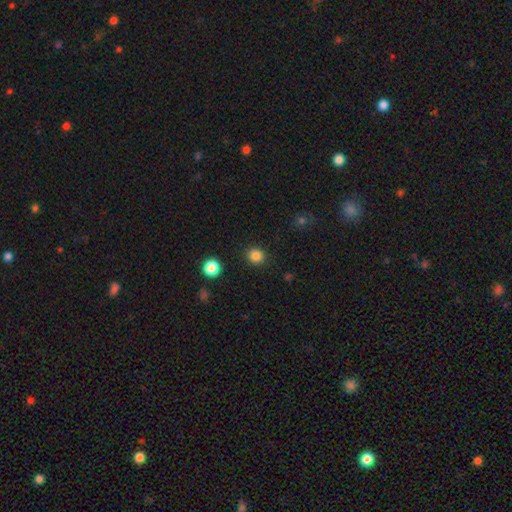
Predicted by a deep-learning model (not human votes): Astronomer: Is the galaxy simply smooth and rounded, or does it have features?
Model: smooth — 84%.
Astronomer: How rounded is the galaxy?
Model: round — 88%.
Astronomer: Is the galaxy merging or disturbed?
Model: none — 90%.